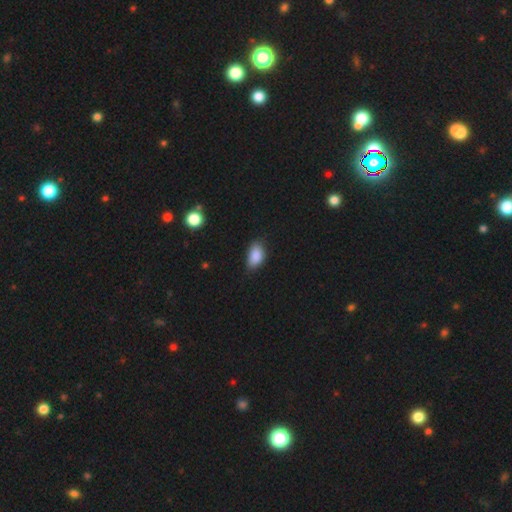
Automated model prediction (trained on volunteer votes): A smooth galaxy with no disk features (88%) that is in between round and cigar-shaped (91%). Merging: none (73%).